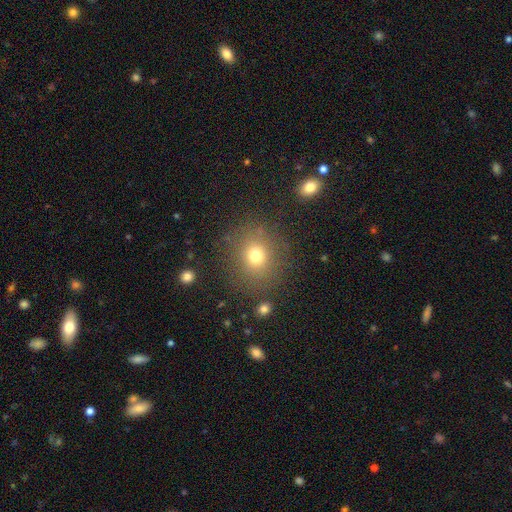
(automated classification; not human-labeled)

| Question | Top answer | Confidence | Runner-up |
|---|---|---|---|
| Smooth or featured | smooth | 72% | star or artifact (17%) |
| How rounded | round | 80% | in between (20%) |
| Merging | none | 83% | minor disturbance (10%) |